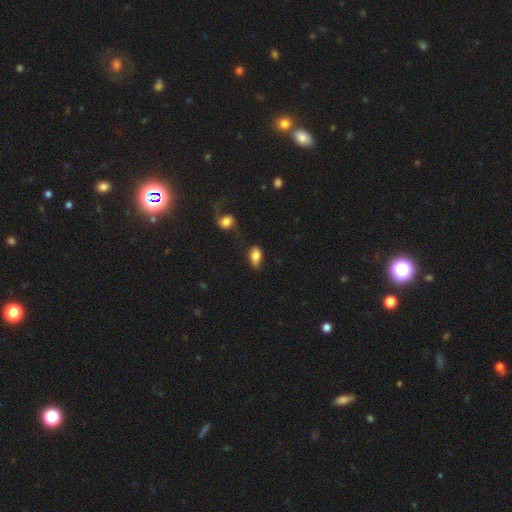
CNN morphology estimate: This appears to be a smooth galaxy with no disk features (75%) that is in between round and cigar-shaped (88%). Merging: none (42%).